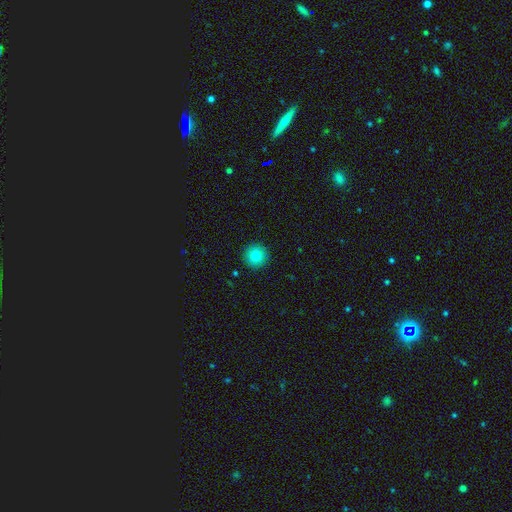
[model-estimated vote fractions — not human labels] Overall: smooth (82%). How rounded: round (96%). Merging: none (92%).